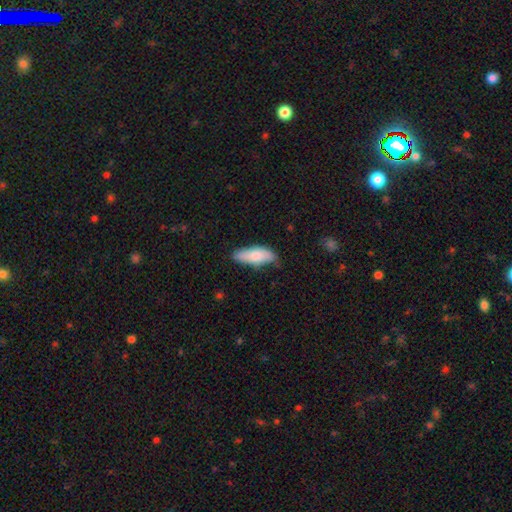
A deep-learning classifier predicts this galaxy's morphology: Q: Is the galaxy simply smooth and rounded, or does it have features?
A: smooth — 78%.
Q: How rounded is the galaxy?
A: in between — 72%.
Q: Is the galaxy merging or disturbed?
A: none — 68%.